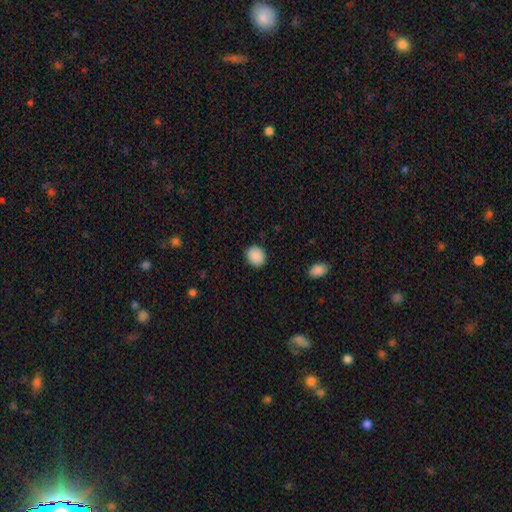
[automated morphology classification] type=smooth (90%); roundness=round (67%); merging=none (88%).